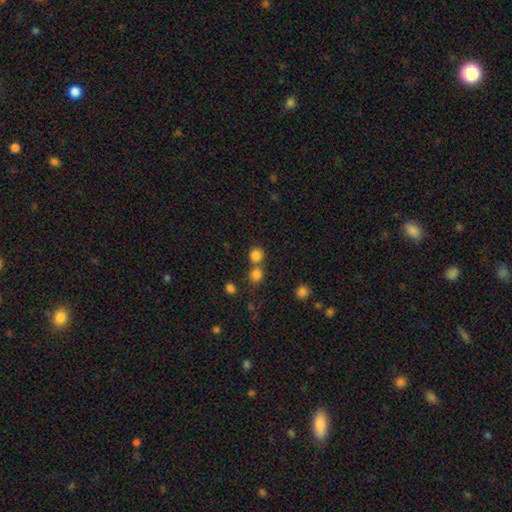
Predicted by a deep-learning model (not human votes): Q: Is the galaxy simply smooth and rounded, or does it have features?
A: smooth — 82%.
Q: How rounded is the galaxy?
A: round — 90%.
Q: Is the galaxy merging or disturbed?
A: none — 59%.